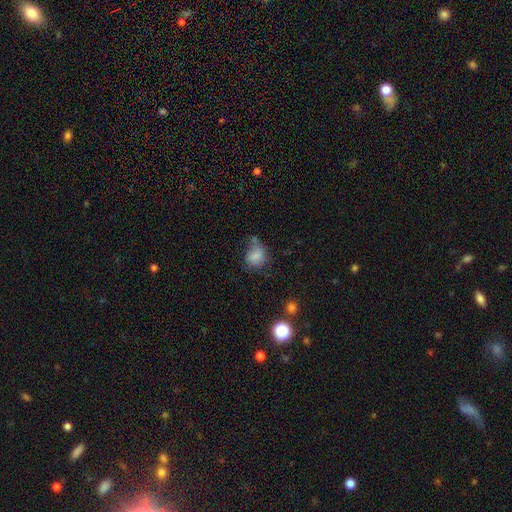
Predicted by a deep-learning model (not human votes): Smooth or featured? Predicted: smooth (p=0.75). How rounded? Predicted: round (p=0.59). Merging? Predicted: none (p=0.43).